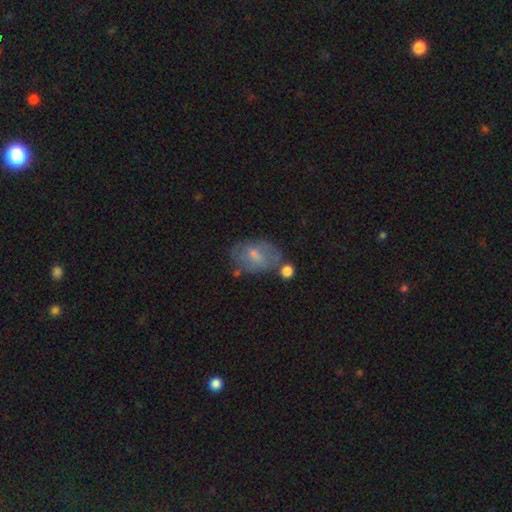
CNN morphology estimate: Smooth or featured? smooth (51%)
How rounded? in between (80%)
Merging? none (50%)